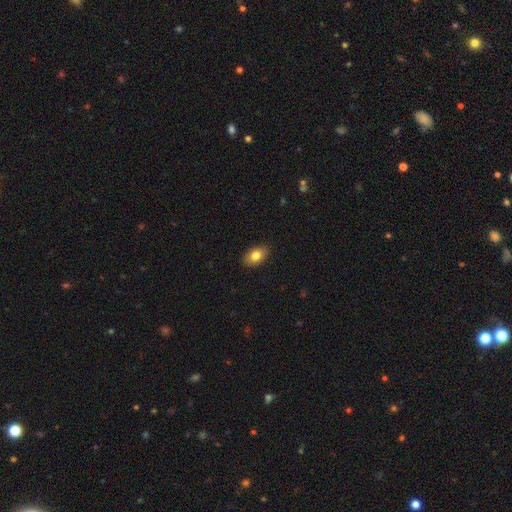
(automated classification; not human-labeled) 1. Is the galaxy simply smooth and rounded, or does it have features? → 82% smooth, 11% featured or disk, 8% star or artifact.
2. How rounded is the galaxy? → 88% in between, 10% round, 1% cigar-shaped.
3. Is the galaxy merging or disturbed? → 87% none, 10% minor disturbance, 2% major disturbance, 1% merger.